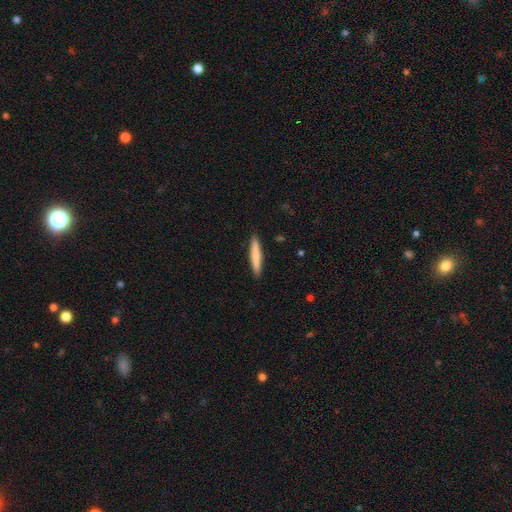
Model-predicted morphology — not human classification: The model was most divided on "smooth or featured": smooth: 76%, featured or disk: 18%, star or artifact: 5%. More confident: how rounded — cigar-shaped (94%); merging — none (91%).